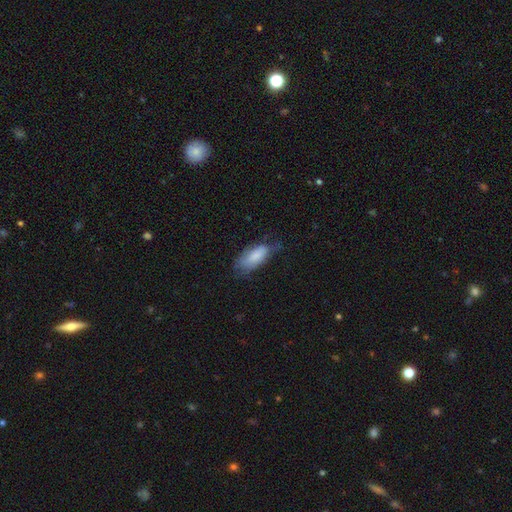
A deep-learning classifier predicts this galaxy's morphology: smooth_or_featured: smooth (p=0.75) [alt: featured or disk p=0.19]
how_rounded: in between (p=0.86) [alt: cigar-shaped p=0.12]
merging: none (p=0.49) [alt: minor disturbance p=0.35]